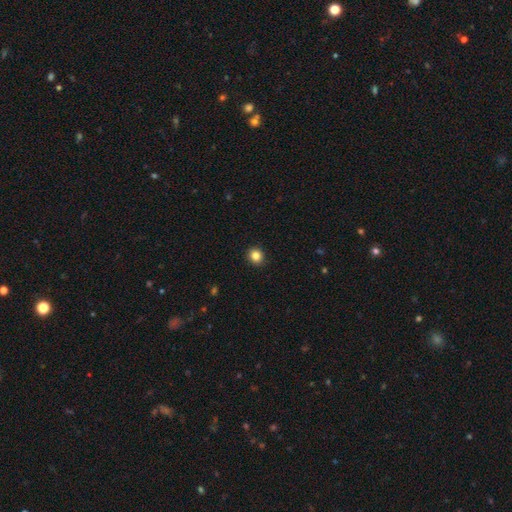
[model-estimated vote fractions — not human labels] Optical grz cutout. It shows a smooth galaxy with no disk features (84%) that is round (86%). Merging: none (92%).